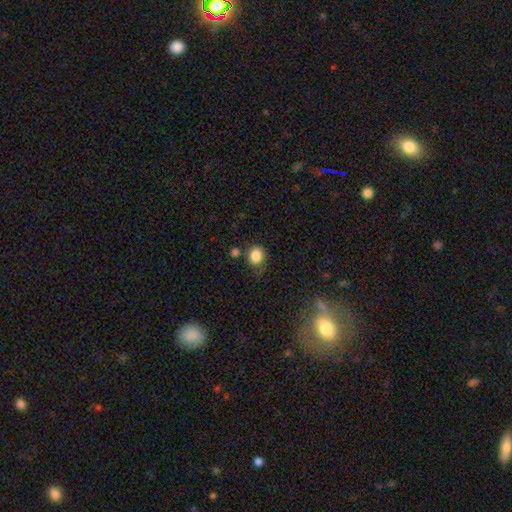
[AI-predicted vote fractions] Q: Smooth or featured?
A: smooth (84%); runner-up: star or artifact (10%)
Q: How rounded?
A: round (64%); runner-up: in between (35%)
Q: Merging?
A: none (60%); runner-up: minor disturbance (24%)